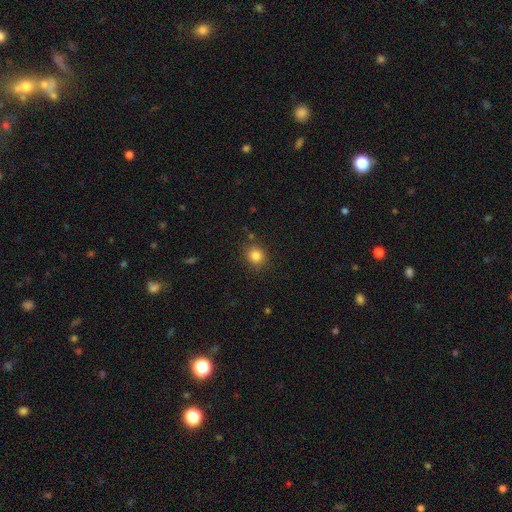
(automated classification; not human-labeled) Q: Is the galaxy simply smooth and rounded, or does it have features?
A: smooth — 83%.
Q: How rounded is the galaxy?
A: round — 79%.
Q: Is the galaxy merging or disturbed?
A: none — 84%.